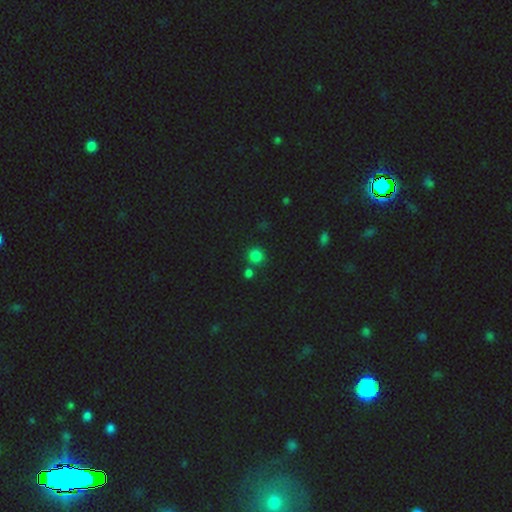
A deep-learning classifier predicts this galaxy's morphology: This appears to be a smooth galaxy with no disk features (78%) that is round (91%). Merging: none (73%).